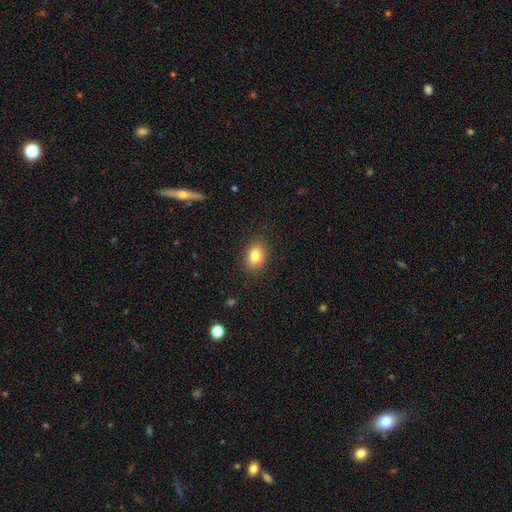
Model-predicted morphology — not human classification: A smooth galaxy with no disk features (82%) that is in between round and cigar-shaped (75%). Merging: none (87%).